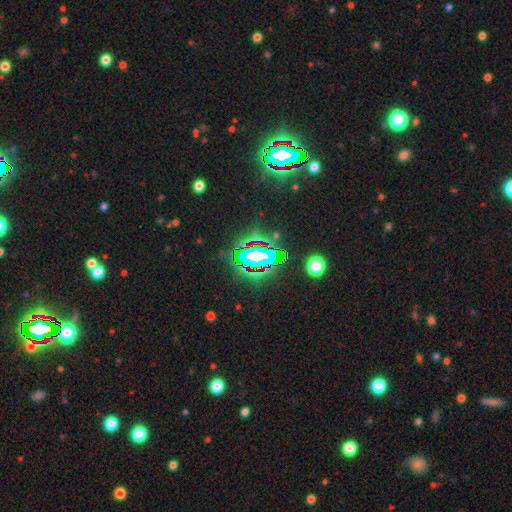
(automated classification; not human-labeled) A star or artifact, not a galaxy (61%).